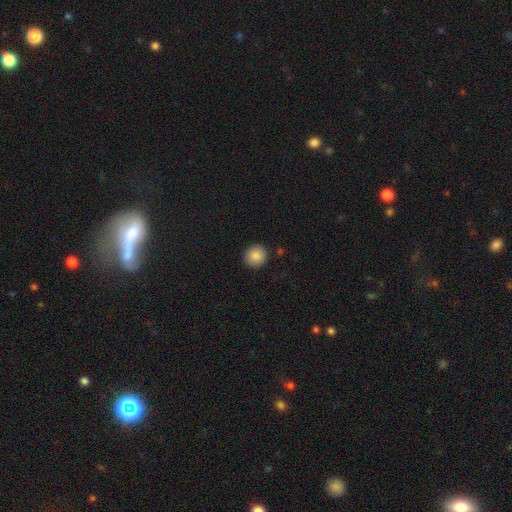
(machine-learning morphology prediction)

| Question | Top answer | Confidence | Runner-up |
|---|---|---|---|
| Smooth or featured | smooth | 84% | star or artifact (9%) |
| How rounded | round | 89% | in between (10%) |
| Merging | none | 91% | minor disturbance (6%) |